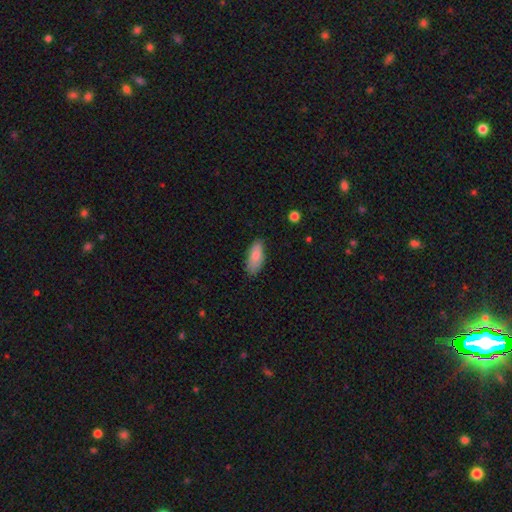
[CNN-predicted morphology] A smooth galaxy with no disk features (83%) that is in between round and cigar-shaped (83%). Merging: none (80%).